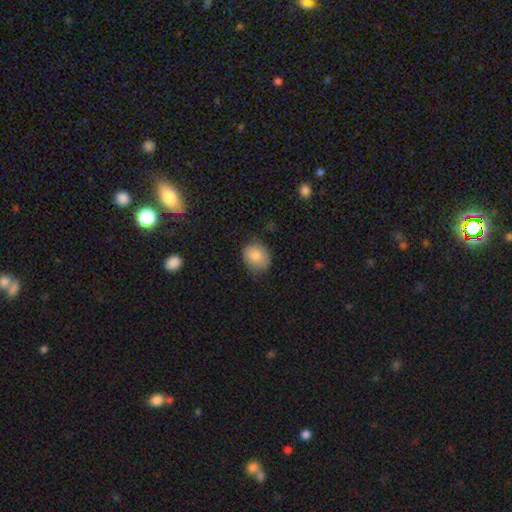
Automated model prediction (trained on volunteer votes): Smooth or featured? smooth (84%)
How rounded? round (62%)
Merging? none (74%)